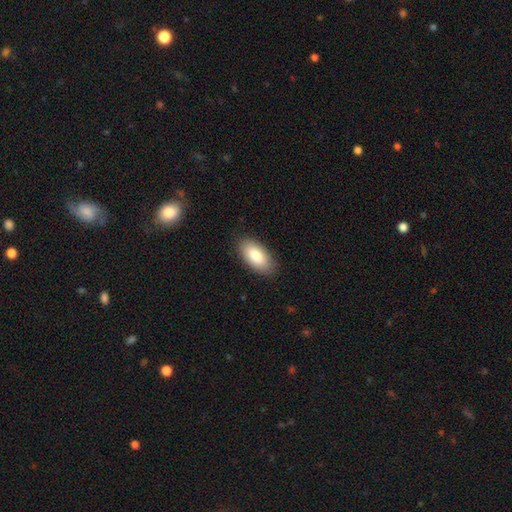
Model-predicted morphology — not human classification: Smooth or featured?
  - smooth: 86% *
  - featured or disk: 8%
  - star or artifact: 6%
How rounded?
  - in between: 93% *
  - cigar-shaped: 5%
  - round: 2%
Merging?
  - none: 88% *
  - minor disturbance: 9%
  - major disturbance: 2%
  - merger: 1%